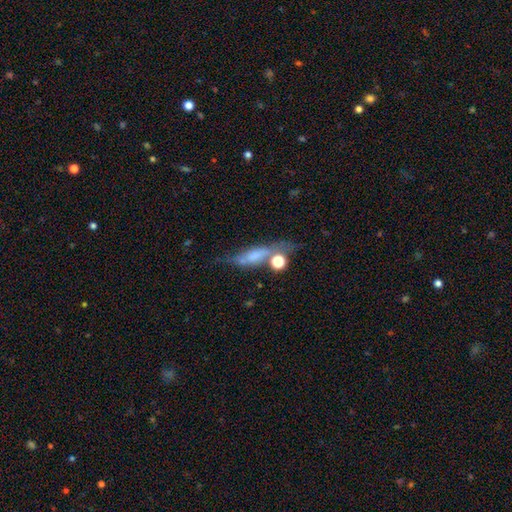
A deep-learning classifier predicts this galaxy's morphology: smooth 45%, featured or disk 41%, star or artifact 14%. Down the decision tree: merging — none (42%).